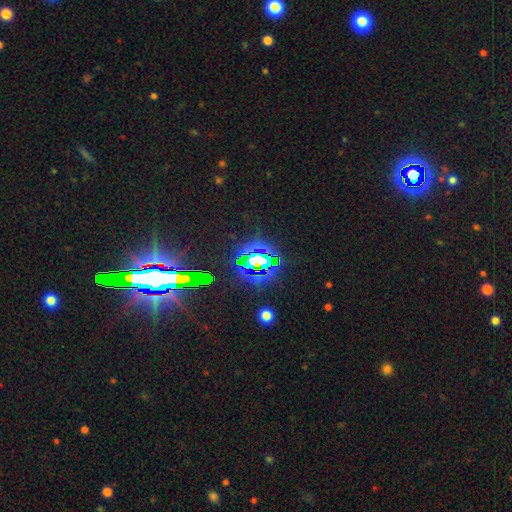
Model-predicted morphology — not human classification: The model was most divided on "smooth or featured": star or artifact: 71%, smooth: 15%, featured or disk: 14%.